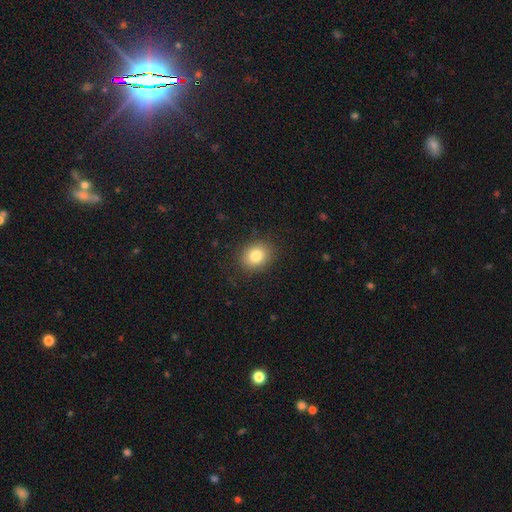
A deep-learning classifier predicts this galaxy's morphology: smooth 83%, star or artifact 10%, featured or disk 8%. Down the decision tree: how rounded — round (58%); merging — none (87%).